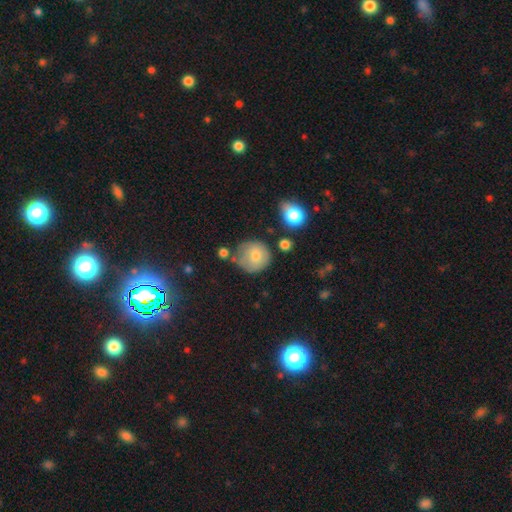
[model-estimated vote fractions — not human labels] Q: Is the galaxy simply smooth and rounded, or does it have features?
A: smooth — 72%.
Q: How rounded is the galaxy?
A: round — 90%.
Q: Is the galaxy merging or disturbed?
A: none — 60%.